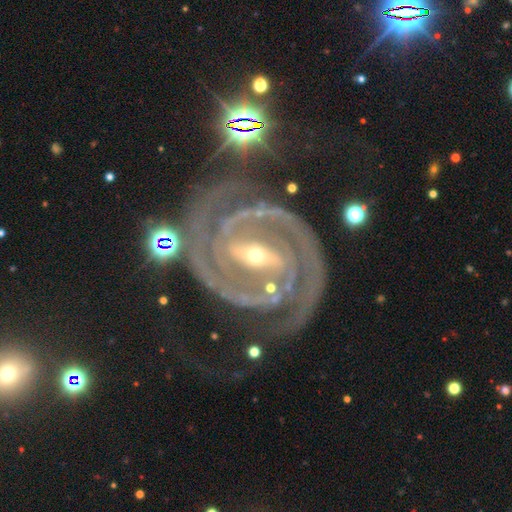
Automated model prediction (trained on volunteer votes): smooth-or-featured: featured or disk: 94% | star or artifact: 4% | smooth: 3%
  disk-edge-on: no: 98% | yes: 2%
    bar: strong: 61% | weak: 27% | no: 12%
    has-spiral-arms: yes: 98% | no: 2%
      spiral-winding: tight: 65% | medium: 29% | loose: 6%
      spiral-arm-count: 2: 72% | 3: 9% | can't tell: 6% | 4: 5% | 1: 4% | more than 4: 4%
    bulge-size: small: 69% | moderate: 27% | large: 2% | none: 1% | dominant: 1%
  merging: none: 64% | minor disturbance: 18% | major disturbance: 12% | merger: 6%